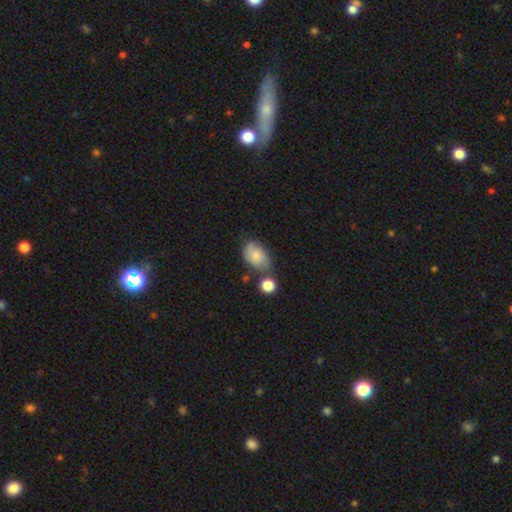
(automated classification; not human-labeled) A smooth galaxy with no disk features (75%) that is in between round and cigar-shaped (87%). Merging: none (54%).